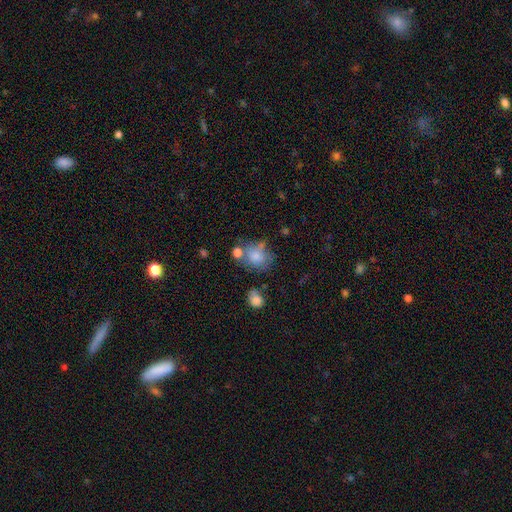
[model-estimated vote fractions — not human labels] This appears to be a smooth galaxy with no disk features (75%) that is round (57%). Merging: none (43%).